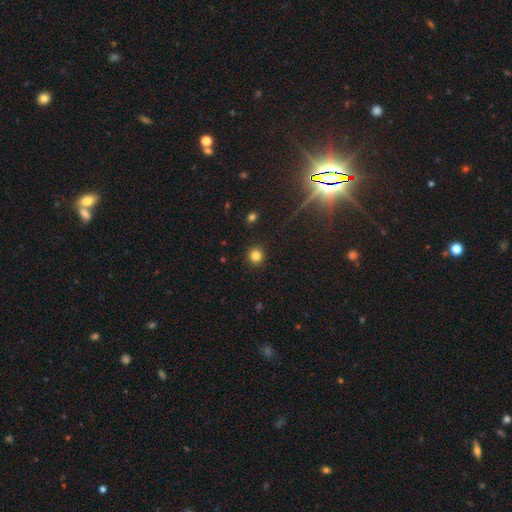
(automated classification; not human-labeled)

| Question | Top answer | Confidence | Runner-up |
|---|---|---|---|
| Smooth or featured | smooth | 81% | star or artifact (14%) |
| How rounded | round | 94% | in between (5%) |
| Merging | none | 92% | minor disturbance (5%) |